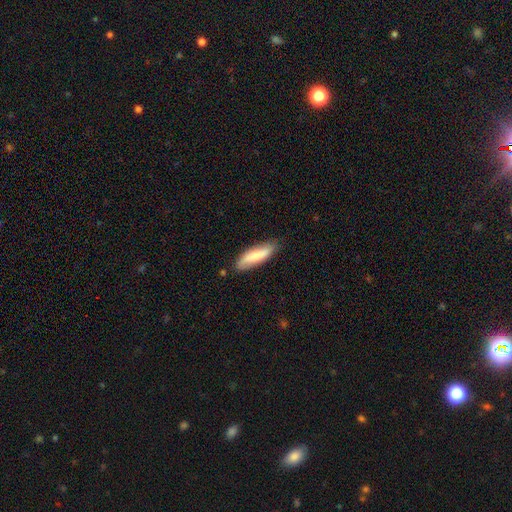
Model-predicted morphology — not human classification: A smooth galaxy with no disk features (71%) that is cigar-shaped (60%). Merging: none (77%).